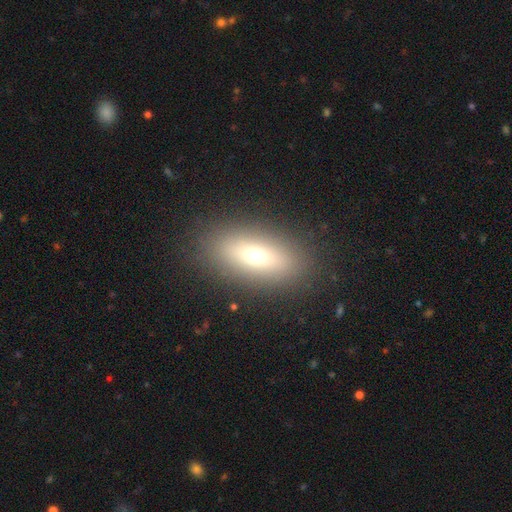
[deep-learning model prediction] A smooth galaxy with no disk features (63%) that is in between round and cigar-shaped (72%).

Vote fractions:
- Smooth or featured? smooth: 63% / featured or disk: 26% / star or artifact: 11%
- How rounded? in between: 72% / cigar-shaped: 23% / round: 5%
- Merging? none: 88% / minor disturbance: 7% / major disturbance: 3% / merger: 1%